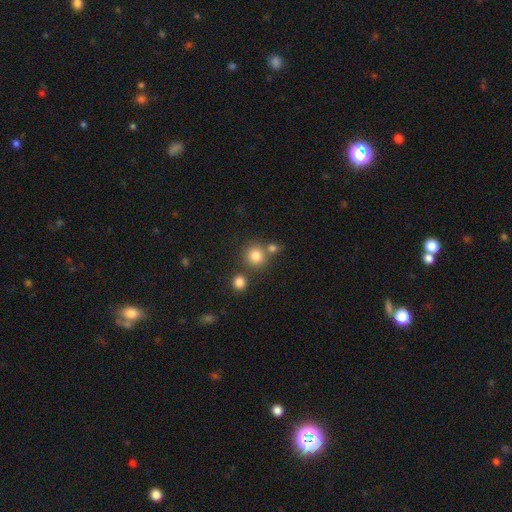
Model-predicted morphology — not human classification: The model was most divided on "merging": none: 65%, merger: 22%, minor disturbance: 9%, major disturbance: 4%. More confident: how rounded — round (89%); smooth or featured — smooth (81%).